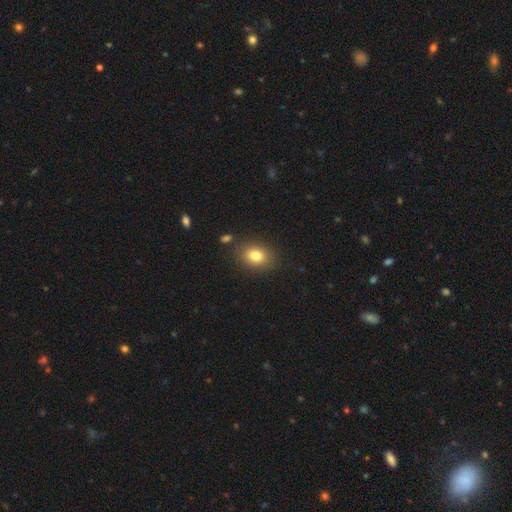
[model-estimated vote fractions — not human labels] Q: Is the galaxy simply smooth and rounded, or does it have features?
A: smooth — 81%.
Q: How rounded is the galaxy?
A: in between — 62%.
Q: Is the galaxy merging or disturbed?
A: none — 85%.